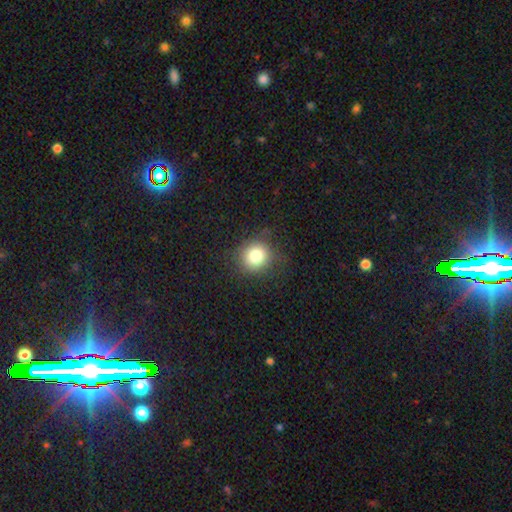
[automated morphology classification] Smooth or featured?
  - smooth: 80% *
  - star or artifact: 11%
  - featured or disk: 8%
How rounded?
  - round: 82% *
  - in between: 17%
  - cigar-shaped: 1%
Merging?
  - none: 78% *
  - minor disturbance: 15%
  - major disturbance: 6%
  - merger: 1%